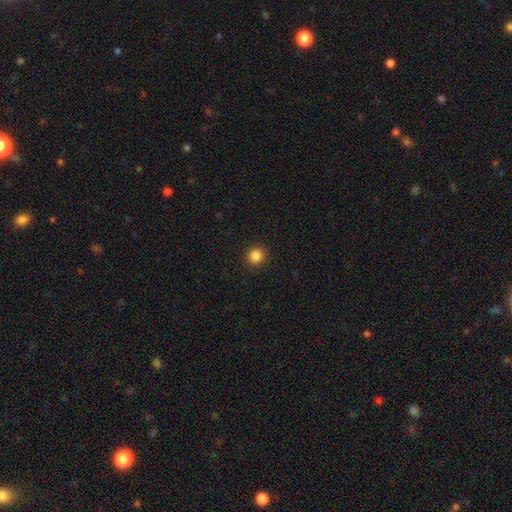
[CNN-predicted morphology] smooth 86%, star or artifact 11%, featured or disk 3%. Down the decision tree: how rounded — round (92%); merging — none (92%).